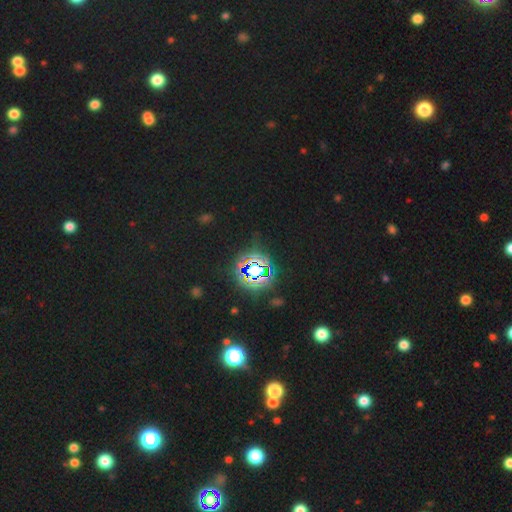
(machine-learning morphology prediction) A star or artifact, not a galaxy (79%).

Vote fractions:
- Smooth or featured? star or artifact: 79% / smooth: 15% / featured or disk: 6%